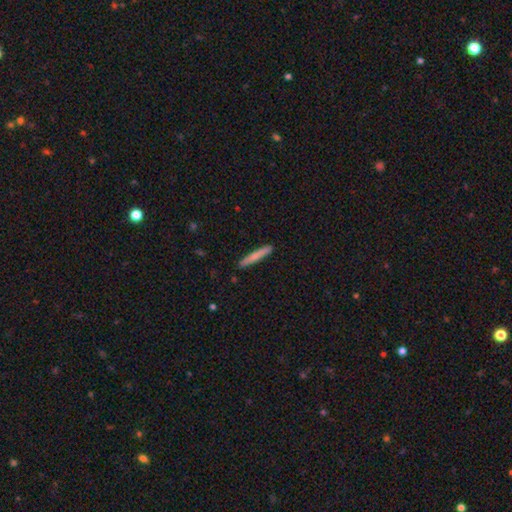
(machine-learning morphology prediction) Overall: smooth (73%). How rounded: cigar-shaped (95%). Merging: none (90%).